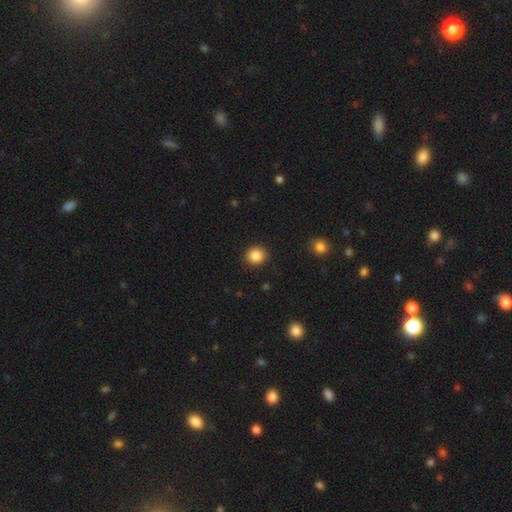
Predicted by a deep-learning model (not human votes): smooth-or-featured: smooth: 87% | star or artifact: 10% | featured or disk: 4%
  how-rounded: round: 87% | in between: 12% | cigar-shaped: 1%
  merging: none: 91% | minor disturbance: 6% | major disturbance: 2% | merger: 1%